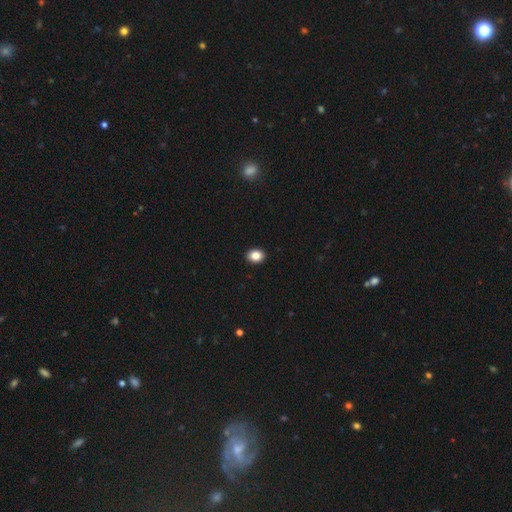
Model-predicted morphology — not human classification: A smooth galaxy with no disk features (85%) that is in between round and cigar-shaped (60%).

Vote fractions:
- Smooth or featured? smooth: 85% / star or artifact: 9% / featured or disk: 5%
- How rounded? in between: 60% / round: 39% / cigar-shaped: 1%
- Merging? none: 92% / minor disturbance: 6% / major disturbance: 1% / merger: 1%